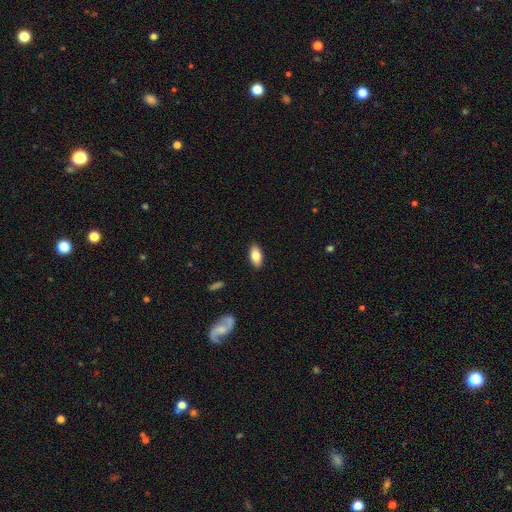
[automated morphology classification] Q: Smooth or featured?
A: smooth (82%); runner-up: featured or disk (11%)
Q: How rounded?
A: in between (90%); runner-up: cigar-shaped (7%)
Q: Merging?
A: none (89%); runner-up: minor disturbance (8%)